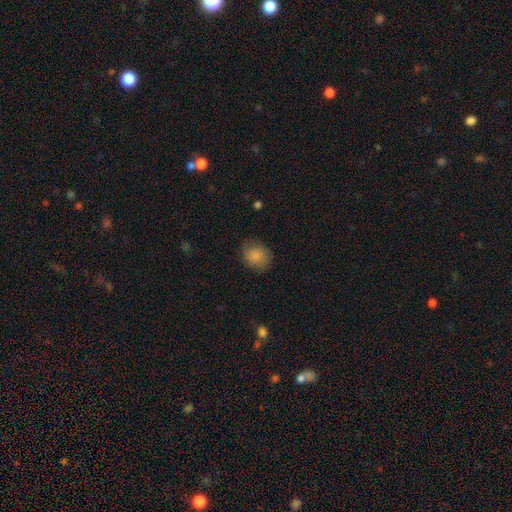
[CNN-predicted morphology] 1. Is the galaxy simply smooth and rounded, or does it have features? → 86% smooth, 8% star or artifact, 6% featured or disk.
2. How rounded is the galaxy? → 71% round, 28% in between, 1% cigar-shaped.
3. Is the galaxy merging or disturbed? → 79% none, 16% minor disturbance, 4% major disturbance, 1% merger.